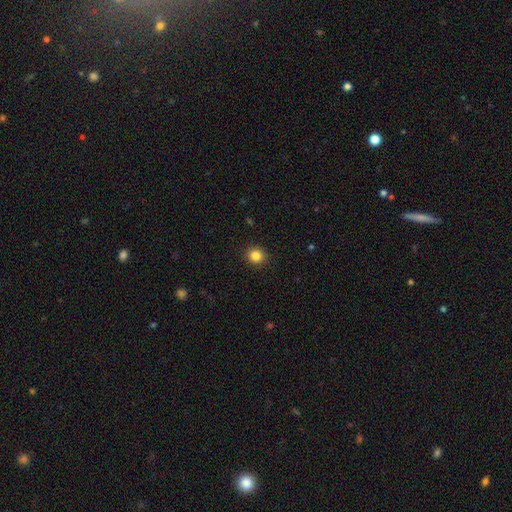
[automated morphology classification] Overall: smooth (85%). How rounded: round (87%). Merging: none (91%).